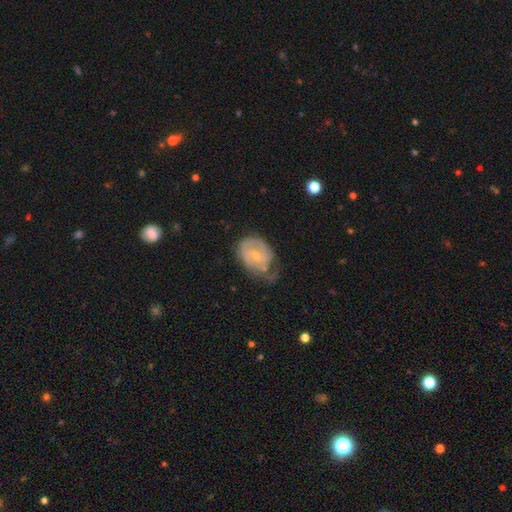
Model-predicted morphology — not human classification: A featured or disk galaxy (59%) with no bar (52%), spiral arms (61%) and a small central bulge (50%). Merging: minor disturbance (35%, tied with none).